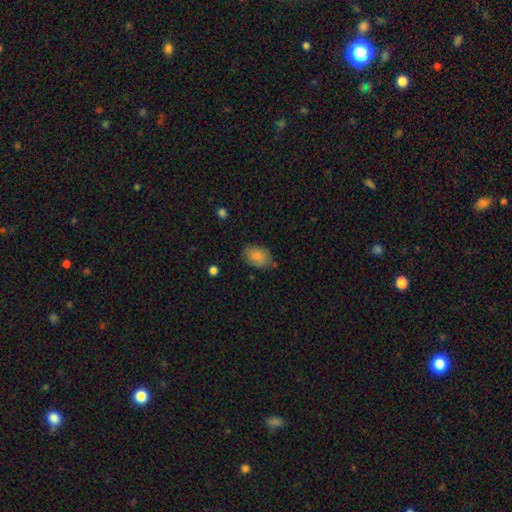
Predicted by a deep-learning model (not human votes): Smooth or featured?
  - smooth: 77% *
  - featured or disk: 15%
  - star or artifact: 8%
How rounded?
  - in between: 83% *
  - round: 16%
  - cigar-shaped: 1%
Merging?
  - none: 74% *
  - minor disturbance: 21%
  - major disturbance: 4%
  - merger: 2%